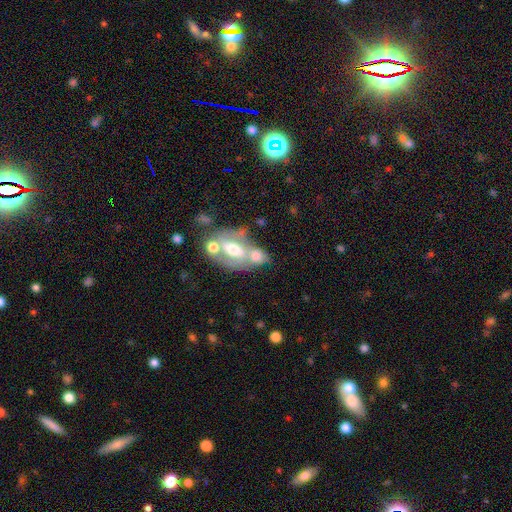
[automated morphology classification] Smooth or featured?
  - featured or disk: 53% *
  - smooth: 38%
  - star or artifact: 9%
Edge-on disk?
  - no: 91% *
  - yes: 9%
Merging?
  - merger: 61% *
  - none: 19%
  - minor disturbance: 10%
  - major disturbance: 9%